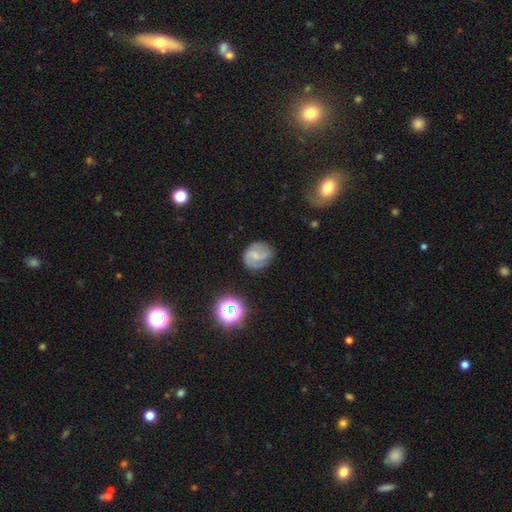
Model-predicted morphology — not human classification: A featured or disk galaxy (55%) with a weak bar (46%), spiral arms (87%) and a small central bulge (44%).

Vote fractions:
- Smooth or featured? featured or disk: 55% / smooth: 34% / star or artifact: 10%
- Edge-on disk? no: 98% / yes: 2%
- Bar? weak: 46% / no: 42% / strong: 12%
- Spiral arms? yes: 87% / no: 13%
- Bulge size? small: 44% / none: 32% / moderate: 20% / large: 2% / dominant: 1%
- Merging? none: 69% / minor disturbance: 20% / major disturbance: 9% / merger: 2%